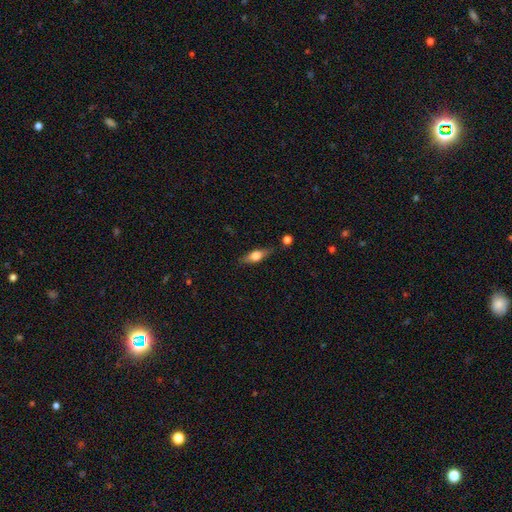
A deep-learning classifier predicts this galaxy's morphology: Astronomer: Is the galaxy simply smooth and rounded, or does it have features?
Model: smooth — 49% (runner-up: featured or disk, 43%).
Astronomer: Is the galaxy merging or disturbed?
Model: none — 76%.